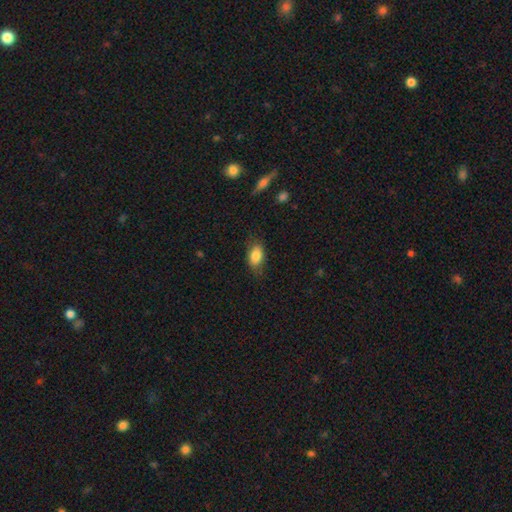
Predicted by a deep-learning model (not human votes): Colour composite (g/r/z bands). It shows a smooth galaxy with no disk features (83%) that is in between round and cigar-shaped (86%). Merging: none (74%).